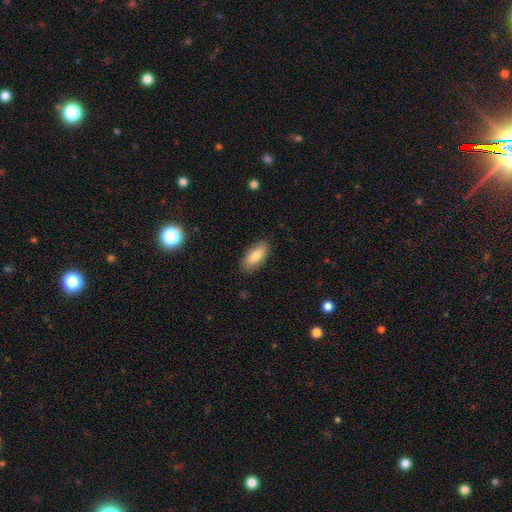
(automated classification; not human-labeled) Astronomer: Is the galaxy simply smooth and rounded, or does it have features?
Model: smooth — 80%.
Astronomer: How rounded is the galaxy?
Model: in between — 85%.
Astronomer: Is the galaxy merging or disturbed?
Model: none — 87%.